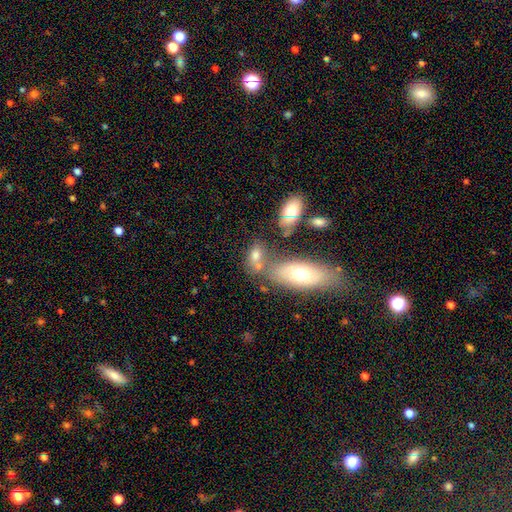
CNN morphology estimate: Q: Smooth or featured?
A: smooth (69%); runner-up: featured or disk (18%)
Q: How rounded?
A: in between (78%); runner-up: round (16%)
Q: Merging?
A: none (45%); runner-up: merger (35%)